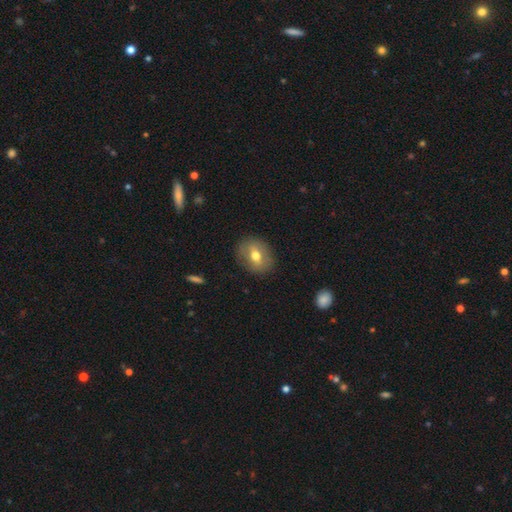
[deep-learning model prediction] This appears to be a smooth galaxy with no disk features (58%) that is round (51%). Merging: none (84%).